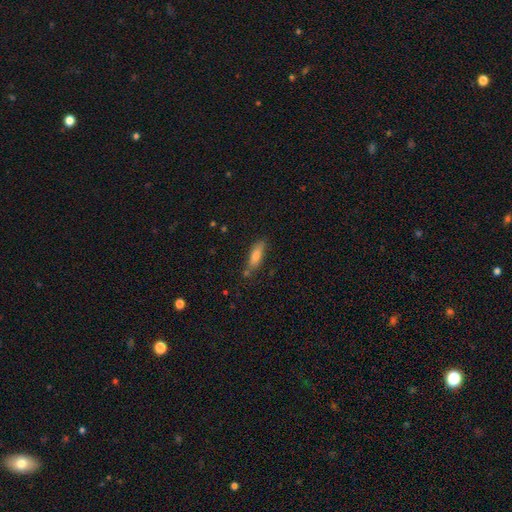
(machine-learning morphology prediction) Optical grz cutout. It shows a smooth galaxy with no disk features (75%) that is cigar-shaped (56%). Merging: none (72%).